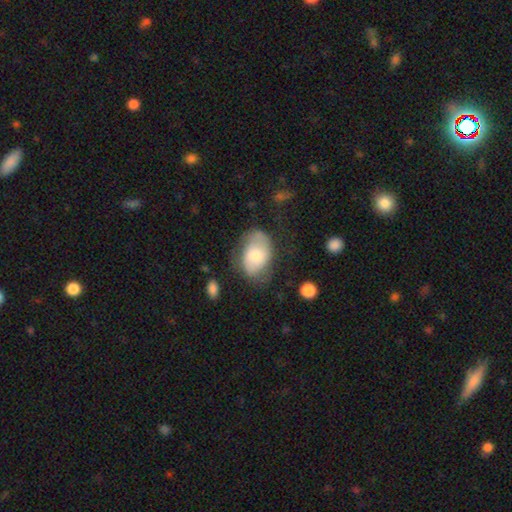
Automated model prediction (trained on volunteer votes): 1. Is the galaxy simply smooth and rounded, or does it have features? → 59% smooth, 34% featured or disk, 7% star or artifact.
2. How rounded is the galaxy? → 86% in between, 13% round, 1% cigar-shaped.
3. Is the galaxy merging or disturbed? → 52% none, 27% minor disturbance, 17% major disturbance, 3% merger.